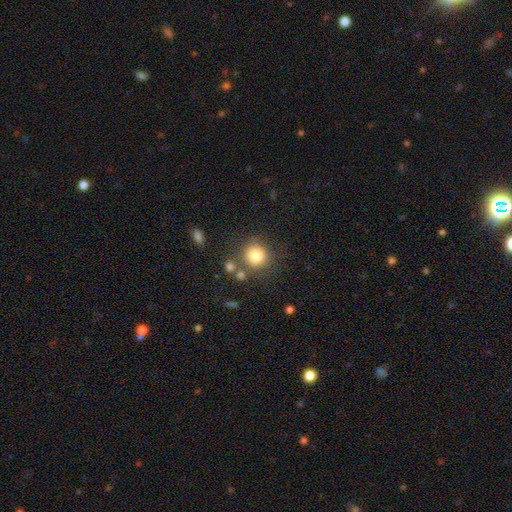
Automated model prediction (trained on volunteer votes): A smooth galaxy with no disk features (81%) that is round (89%).

Vote fractions:
- Smooth or featured? smooth: 81% / star or artifact: 11% / featured or disk: 8%
- How rounded? round: 89% / in between: 10% / cigar-shaped: 1%
- Merging? none: 74% / minor disturbance: 11% / merger: 9% / major disturbance: 5%